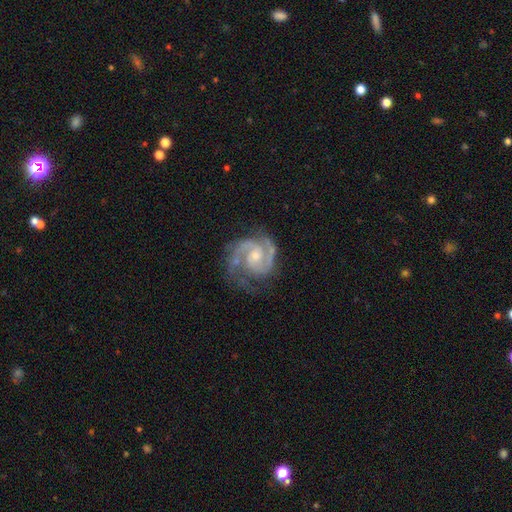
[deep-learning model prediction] The model was most divided on "bulge size": moderate: 47%, small: 45%, none: 5%, large: 3%, dominant: 1%. Remaining: spiral arms — yes (98%); edge-on disk — no (98%); smooth or featured — featured or disk (93%); spiral arm count — 2 (85%); merging — none (69%); bar — no (57%); spiral winding — medium (49%).